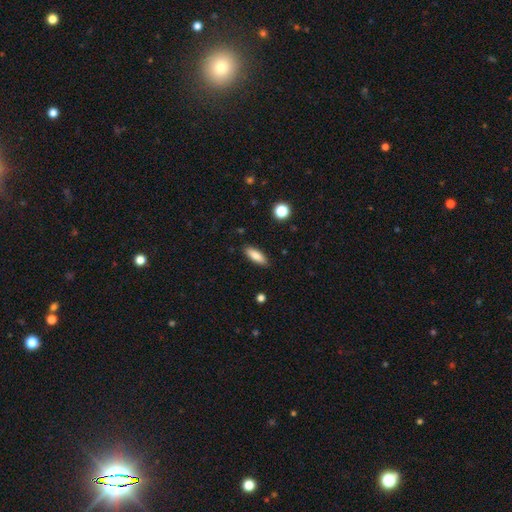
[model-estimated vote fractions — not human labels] This is clearly a smooth galaxy (82%). How rounded: possibly in between (58%). Merging: clearly none (88%).